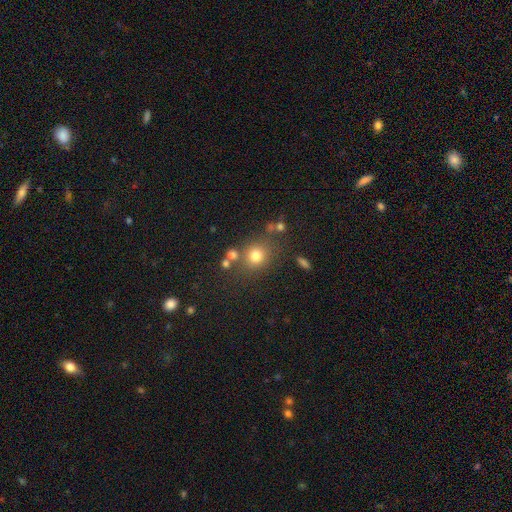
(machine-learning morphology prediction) The model was most divided on "merging": none: 72%, minor disturbance: 12%, merger: 11%, major disturbance: 5%. More confident: how rounded — round (82%); smooth or featured — smooth (76%).